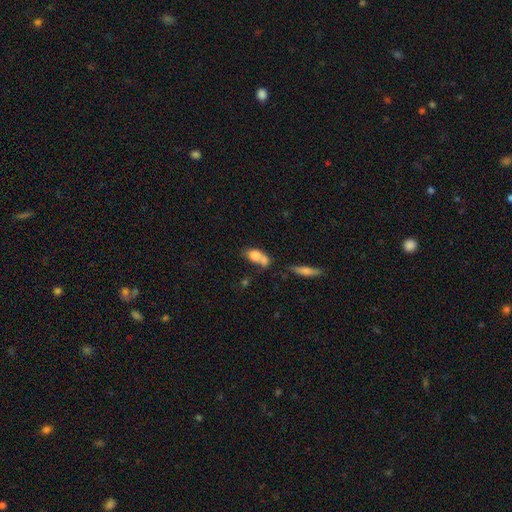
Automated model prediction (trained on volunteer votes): Overall: smooth (74%). How rounded: in between (71%). Merging: merger (55%; none 27%).